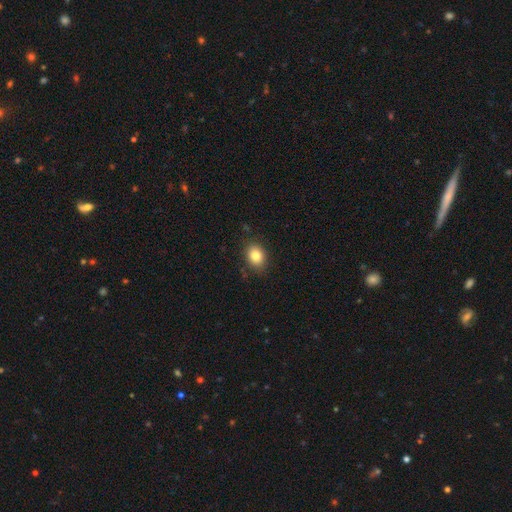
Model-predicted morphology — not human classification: Smooth or featured? smooth (84%)
How rounded? in between (58%)
Merging? none (86%)